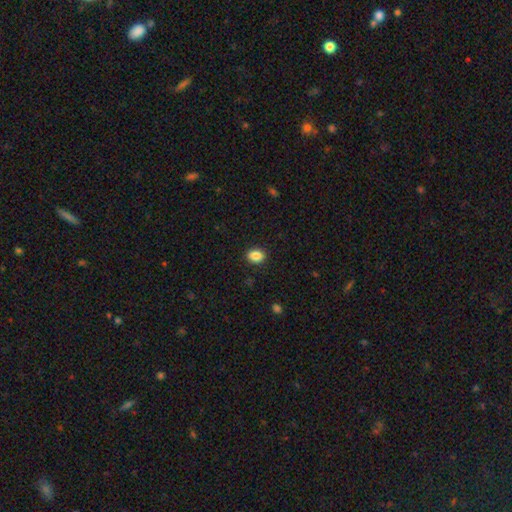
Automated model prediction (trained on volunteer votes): This appears to be a smooth galaxy with no disk features (87%) that is in between round and cigar-shaped (67%). Merging: none (90%).